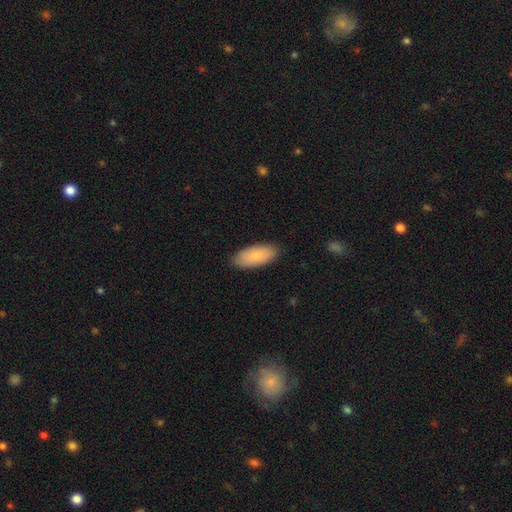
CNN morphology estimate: smooth_or_featured: smooth (p=0.84) [alt: featured or disk p=0.11]
how_rounded: in between (p=0.88) [alt: cigar-shaped p=0.10]
merging: none (p=0.87) [alt: minor disturbance p=0.10]